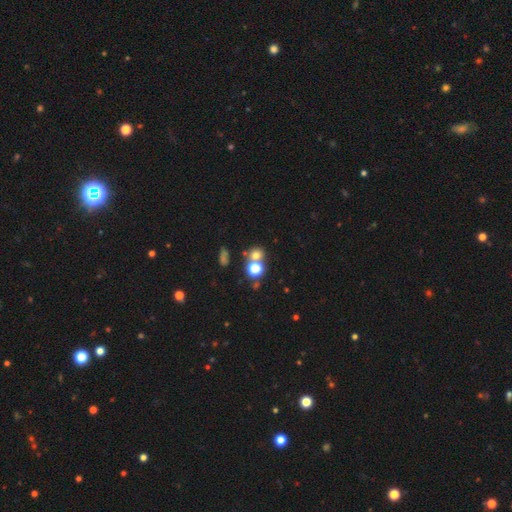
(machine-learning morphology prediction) A smooth galaxy with no disk features (64%) that is round (80%).

Vote fractions:
- Smooth or featured? smooth: 64% / star or artifact: 26% / featured or disk: 10%
- How rounded? round: 80% / in between: 19% / cigar-shaped: 1%
- Merging? none: 57% / merger: 31% / minor disturbance: 8% / major disturbance: 4%